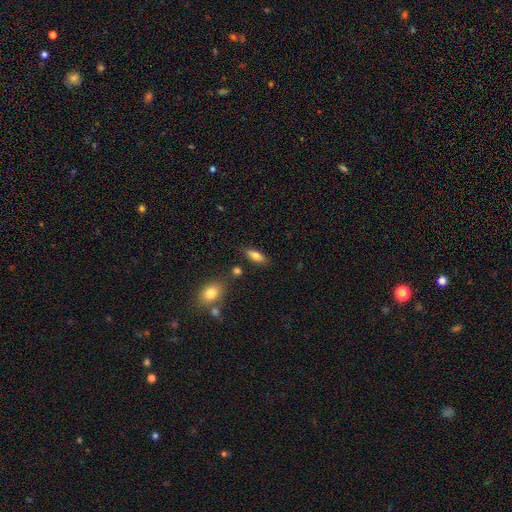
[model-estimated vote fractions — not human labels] smooth_or_featured: smooth (p=0.78) [alt: featured or disk p=0.14]
how_rounded: in between (p=0.76) [alt: cigar-shaped p=0.21]
merging: none (p=0.80) [alt: minor disturbance p=0.12]